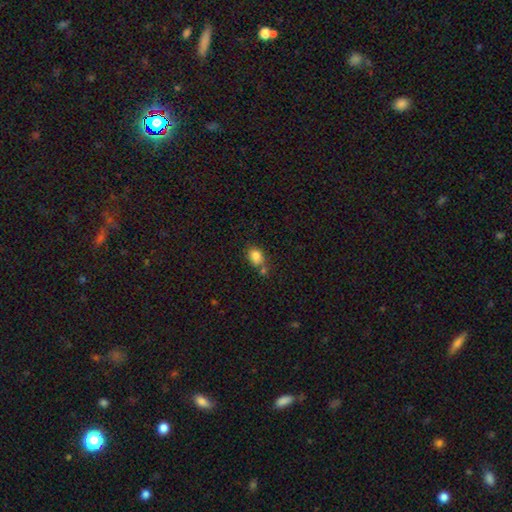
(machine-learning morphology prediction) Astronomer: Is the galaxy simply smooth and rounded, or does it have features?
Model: smooth — 82%.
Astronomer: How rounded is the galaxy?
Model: in between — 61% (runner-up: round, 38%).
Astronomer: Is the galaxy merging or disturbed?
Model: none — 52%.